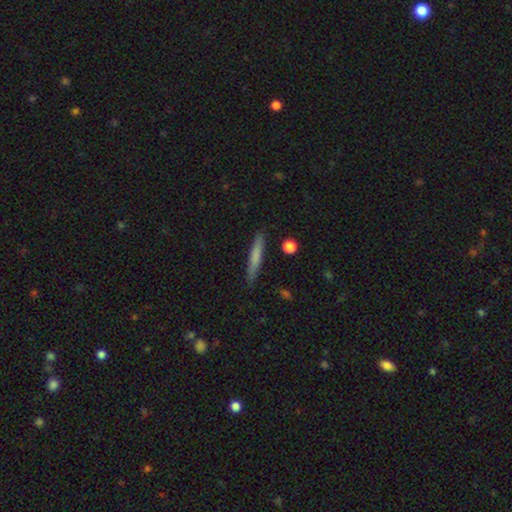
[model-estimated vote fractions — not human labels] smooth-or-featured: smooth: 71% | featured or disk: 23% | star or artifact: 6%
  how-rounded: cigar-shaped: 94% | in between: 5% | round: 1%
  merging: none: 86% | minor disturbance: 10% | major disturbance: 2% | merger: 2%